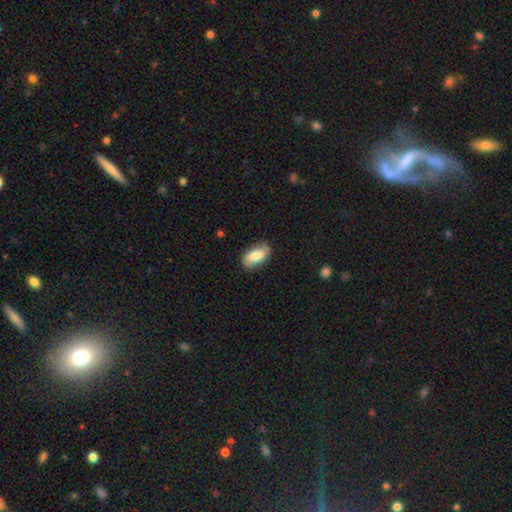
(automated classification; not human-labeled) Smooth or featured? smooth (75%)
How rounded? in between (91%)
Merging? none (79%)